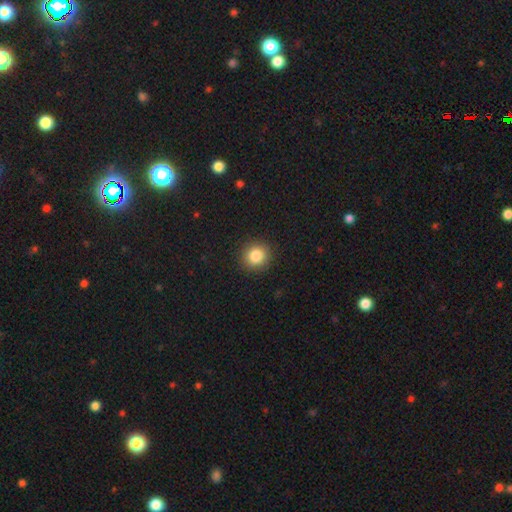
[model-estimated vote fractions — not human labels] smooth-or-featured: smooth: 85% | star or artifact: 10% | featured or disk: 5%
  how-rounded: round: 86% | in between: 13% | cigar-shaped: 1%
  merging: none: 91% | minor disturbance: 6% | major disturbance: 2% | merger: 1%